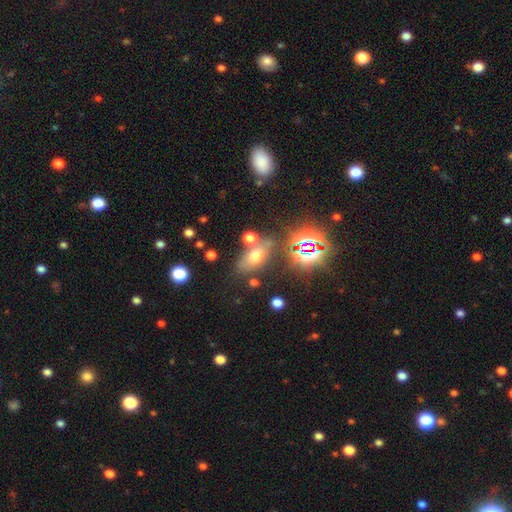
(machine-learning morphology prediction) A smooth galaxy with no disk features (58%) that is in between round and cigar-shaped (76%). Merging: none (61%).